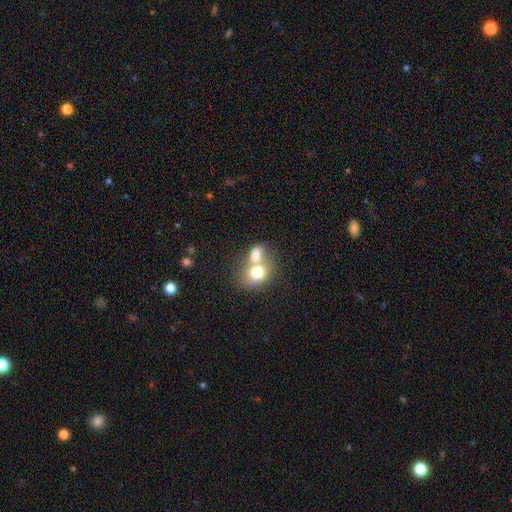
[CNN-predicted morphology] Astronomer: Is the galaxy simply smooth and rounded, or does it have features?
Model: smooth — 72%.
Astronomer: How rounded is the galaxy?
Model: in between — 55% (runner-up: round, 43%).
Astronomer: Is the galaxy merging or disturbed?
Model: merger — 70%.